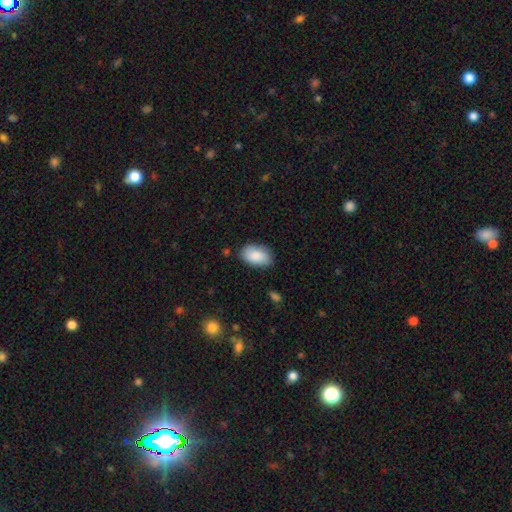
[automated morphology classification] smooth 87%, featured or disk 7%, star or artifact 6%. Down the decision tree: how rounded — in between (93%); merging — none (80%).